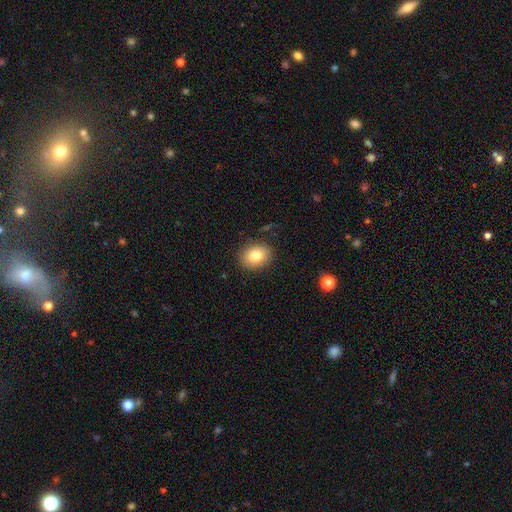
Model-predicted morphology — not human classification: The model was most divided on "how rounded": in between: 57%, round: 42%, cigar-shaped: 1%. More confident: merging — none (87%); smooth or featured — smooth (83%).